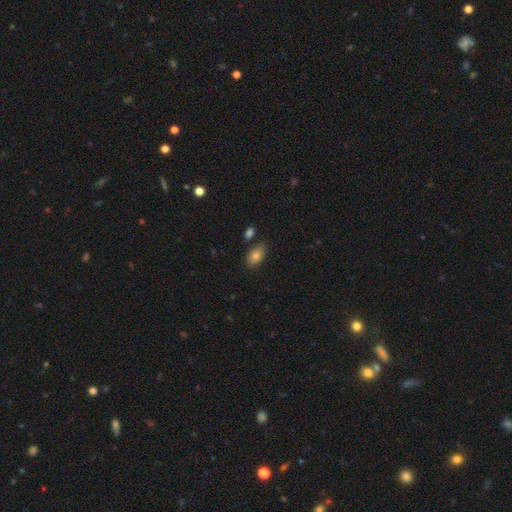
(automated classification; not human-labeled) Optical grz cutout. It shows a smooth galaxy with no disk features (81%) that is in between round and cigar-shaped (90%). Merging: none (74%).